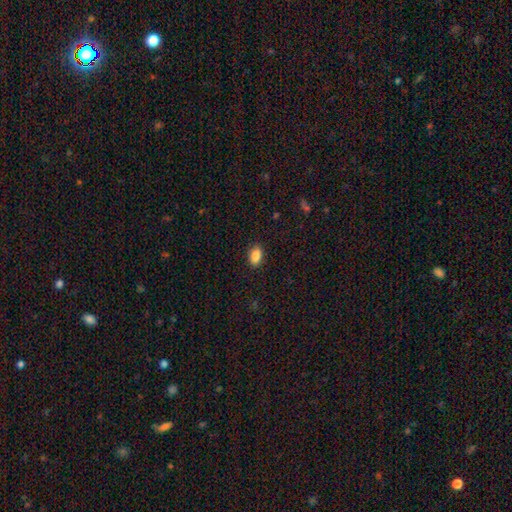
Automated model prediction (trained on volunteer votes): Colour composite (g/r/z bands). It shows a smooth galaxy with no disk features (87%) that is in between round and cigar-shaped (89%). Merging: none (89%).